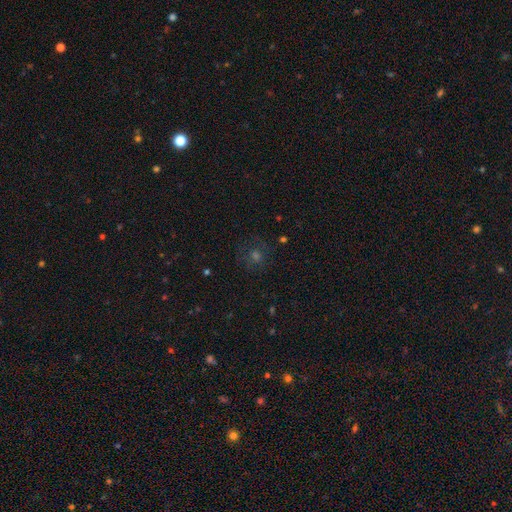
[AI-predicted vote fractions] Q: Smooth or featured?
A: smooth (40%); runner-up: star or artifact (37%)
Q: Merging?
A: none (77%); runner-up: minor disturbance (12%)